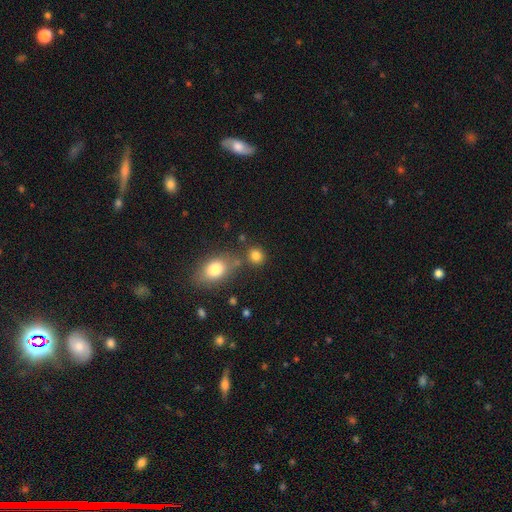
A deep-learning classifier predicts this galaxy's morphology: Overall: smooth (82%). How rounded: round (78%). Merging: none (73%).